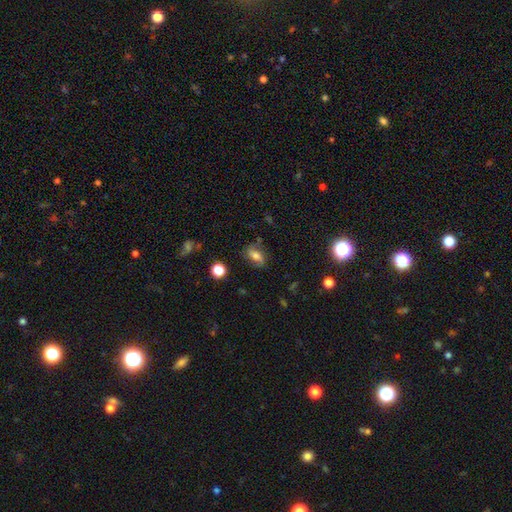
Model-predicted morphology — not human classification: A smooth galaxy with no disk features (46%). Merging: none (71%).